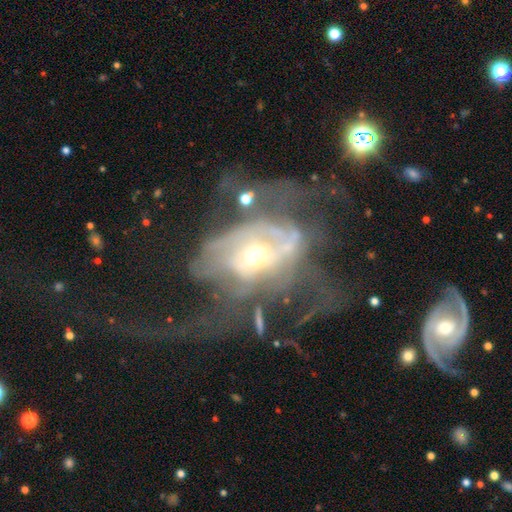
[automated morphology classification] smooth_or_featured: featured or disk (p=0.79) [alt: smooth p=0.12]
disk_edge_on: no (p=0.95) [alt: yes p=0.05]
bar: no (p=0.69) [alt: weak p=0.22]
has_spiral_arms: yes (p=0.64) [alt: no p=0.36]
bulge_size: moderate (p=0.48) [alt: small p=0.45]
merging: major disturbance (p=0.59) [alt: none p=0.20]